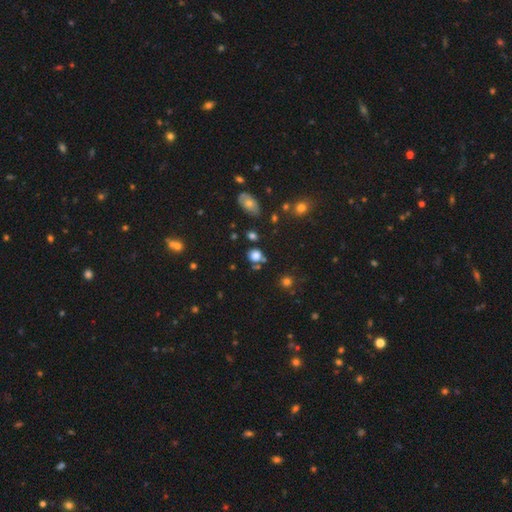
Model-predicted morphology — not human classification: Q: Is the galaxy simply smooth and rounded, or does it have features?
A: smooth — 76%.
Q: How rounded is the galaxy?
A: round — 78%.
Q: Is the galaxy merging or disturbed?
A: none — 74%.